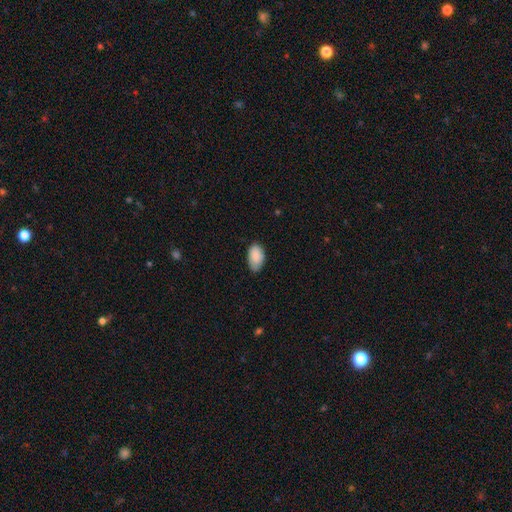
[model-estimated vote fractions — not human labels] The model was most divided on "merging": none: 76%, minor disturbance: 20%, major disturbance: 3%, merger: 1%. More confident: how rounded — in between (94%); smooth or featured — smooth (87%).